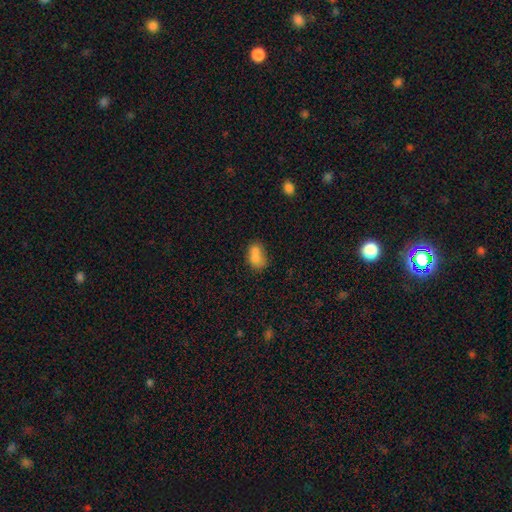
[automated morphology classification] A smooth galaxy with no disk features (75%) that is in between round and cigar-shaped (76%).

Vote fractions:
- Smooth or featured? smooth: 75% / featured or disk: 14% / star or artifact: 11%
- How rounded? in between: 76% / round: 22% / cigar-shaped: 2%
- Merging? merger: 42% / none: 35% / minor disturbance: 16% / major disturbance: 7%